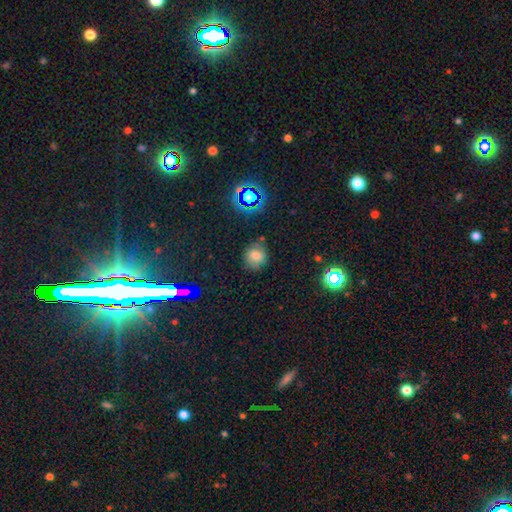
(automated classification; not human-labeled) smooth 68%, star or artifact 20%, featured or disk 12%. Down the decision tree: how rounded — round (76%); merging — none (76%).